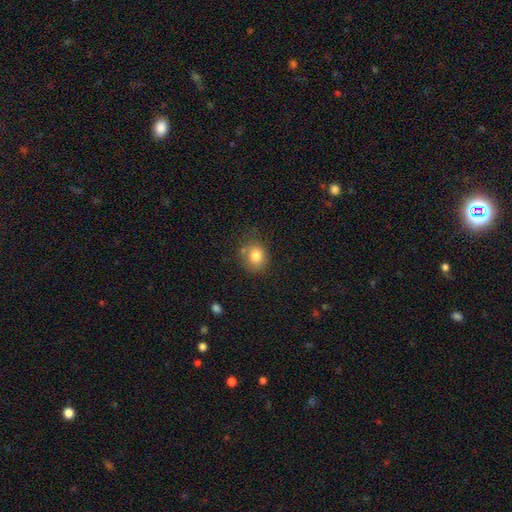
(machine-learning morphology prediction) smooth 82%, star or artifact 10%, featured or disk 8%. Down the decision tree: how rounded — round (68%); merging — none (71%).